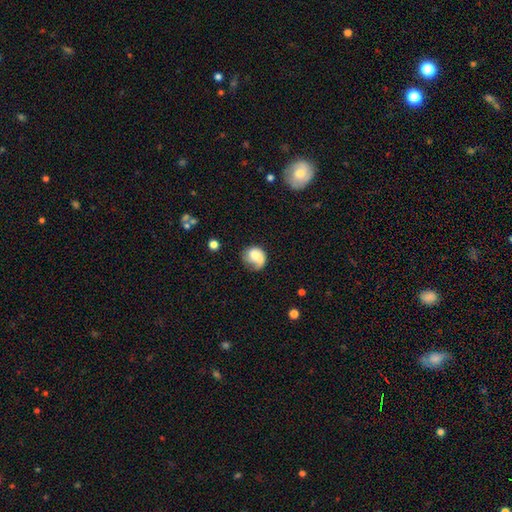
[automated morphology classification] A smooth galaxy with no disk features (62%) that is round (64%).

Vote fractions:
- Smooth or featured? smooth: 62% / featured or disk: 30% / star or artifact: 8%
- How rounded? round: 64% / in between: 35% / cigar-shaped: 1%
- Merging? none: 36% / minor disturbance: 26% / major disturbance: 25% / merger: 13%